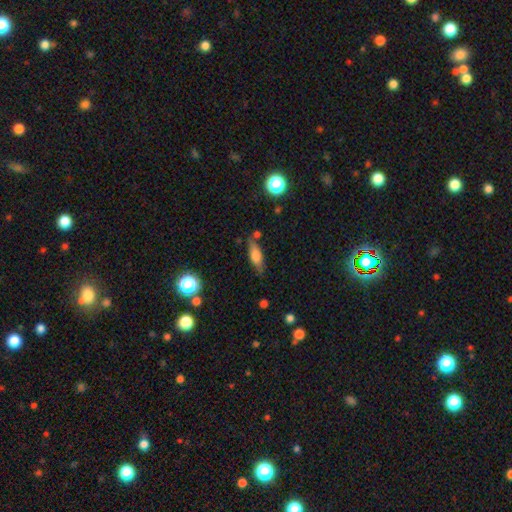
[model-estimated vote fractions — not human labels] smooth 57%, featured or disk 34%, star or artifact 9%. Down the decision tree: how rounded — in between (53%); merging — none (74%).